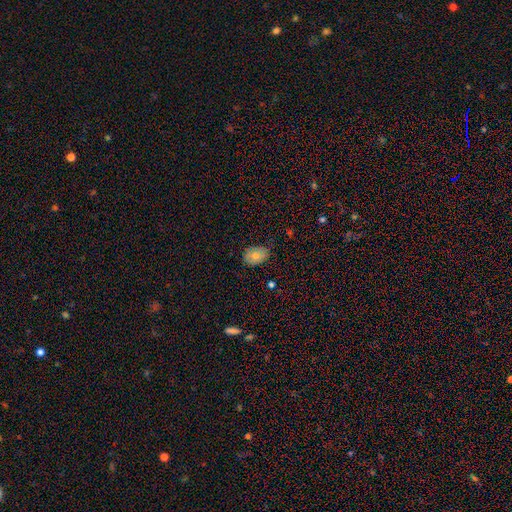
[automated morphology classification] Smooth or featured: smooth — 72% (featured or disk — 19%)
How rounded: in between — 78% (round — 21%)
Merging: none — 76% (minor disturbance — 20%)